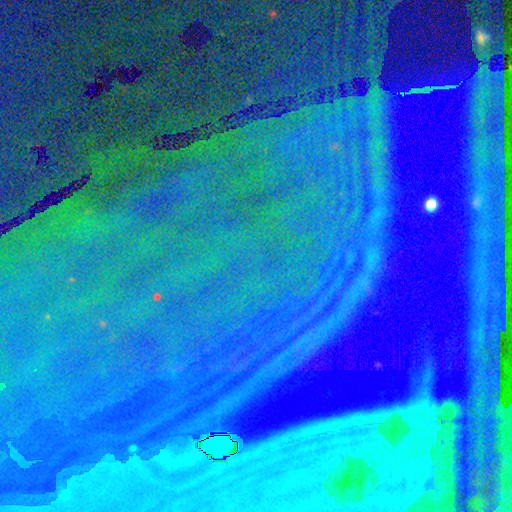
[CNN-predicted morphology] The model was most divided on "smooth or featured": star or artifact: 87%, featured or disk: 7%, smooth: 6%.